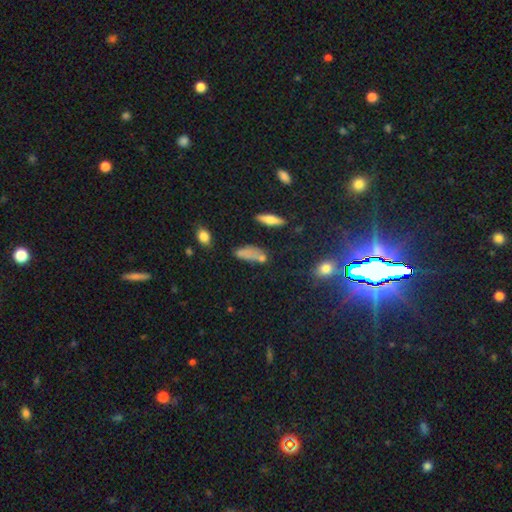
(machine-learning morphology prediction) type=smooth (65%); roundness=in between (55%); merging=none (58%).